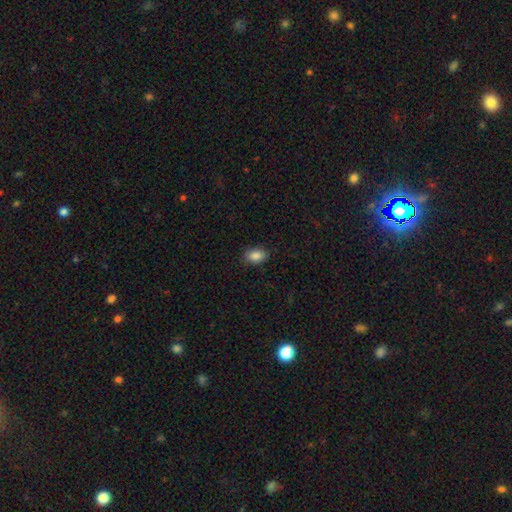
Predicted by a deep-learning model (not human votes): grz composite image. It shows a smooth galaxy with no disk features (87%) that is in between round and cigar-shaped (85%). Merging: none (86%).